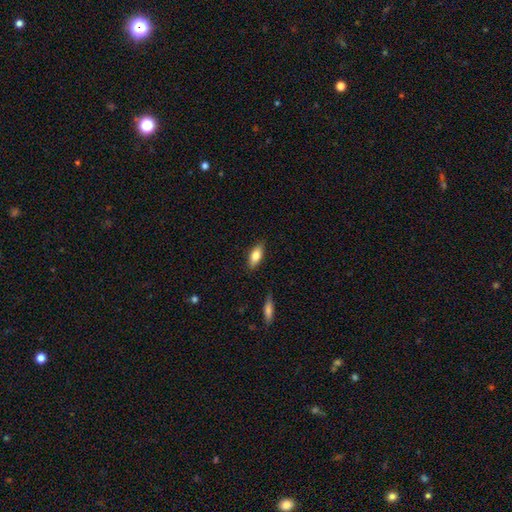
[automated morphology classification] smooth_or_featured: smooth (p=0.77) [alt: featured or disk p=0.17]
how_rounded: in between (p=0.80) [alt: cigar-shaped p=0.17]
merging: none (p=0.85) [alt: minor disturbance p=0.12]